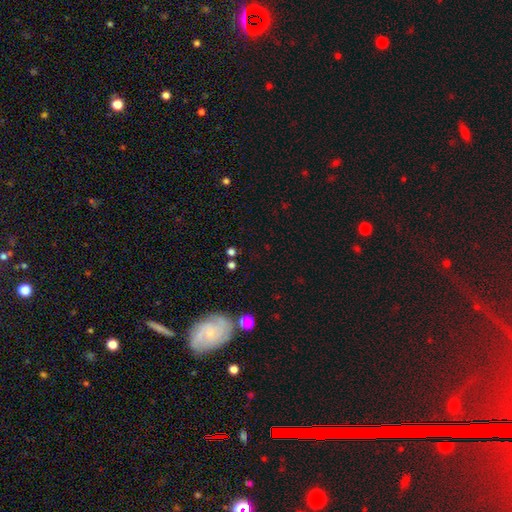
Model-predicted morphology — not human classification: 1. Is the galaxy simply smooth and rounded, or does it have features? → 46% star or artifact, 44% smooth, 9% featured or disk.